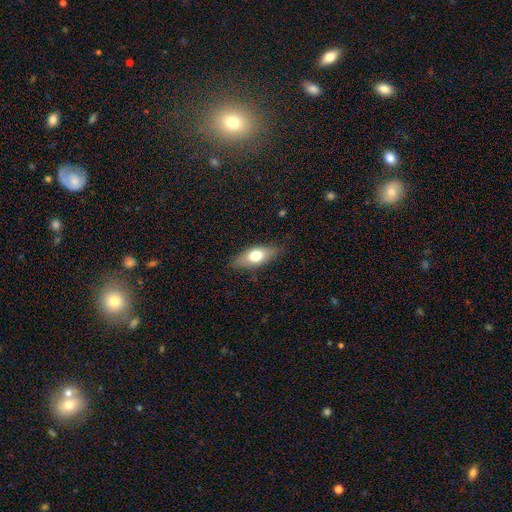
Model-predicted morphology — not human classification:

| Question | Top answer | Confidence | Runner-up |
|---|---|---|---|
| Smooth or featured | smooth | 67% | featured or disk (26%) |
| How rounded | in between | 80% | cigar-shaped (16%) |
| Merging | none | 81% | minor disturbance (15%) |